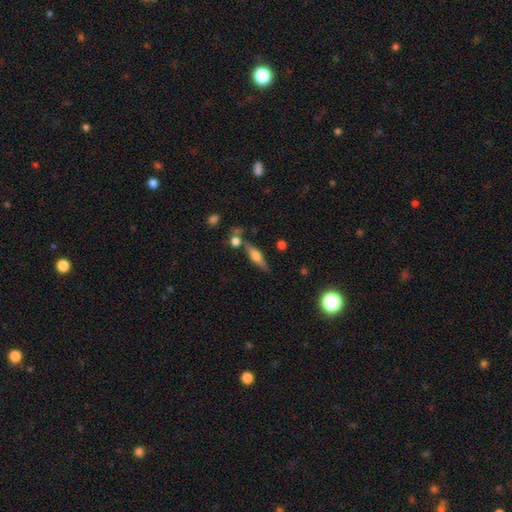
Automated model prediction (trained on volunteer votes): smooth_or_featured: featured or disk (p=0.48) [alt: smooth p=0.44]
merging: none (p=0.69) [alt: minor disturbance p=0.14]